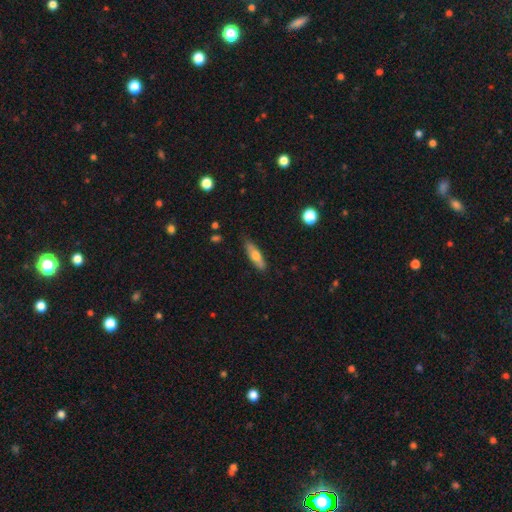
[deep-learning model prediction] smooth_or_featured: smooth (p=0.66) [alt: featured or disk p=0.28]
how_rounded: cigar-shaped (p=0.60) [alt: in between p=0.37]
merging: none (p=0.80) [alt: minor disturbance p=0.16]